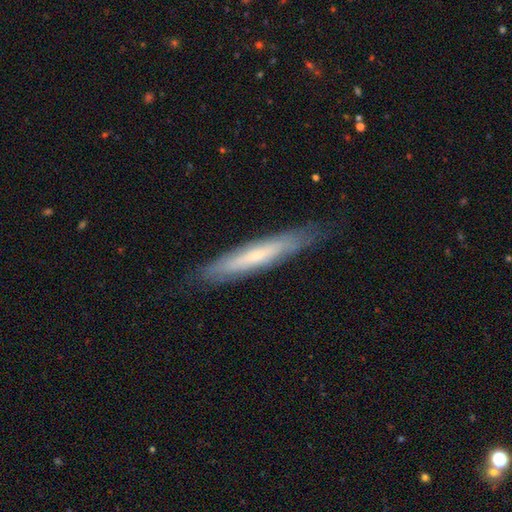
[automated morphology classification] The model was most divided on "smooth or featured": featured or disk: 49%, smooth: 45%, star or artifact: 7%. More confident: merging — none (82%).